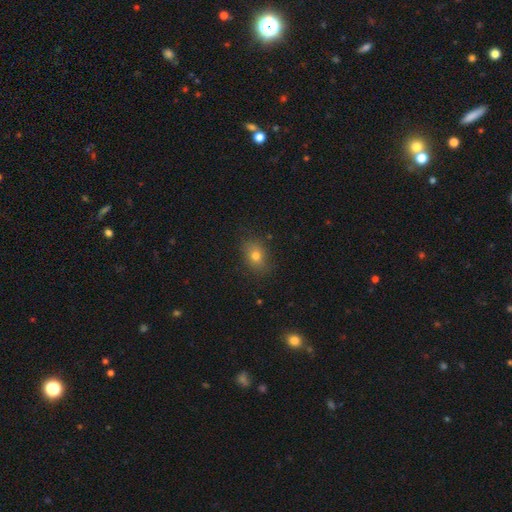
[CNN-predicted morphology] Overall: smooth (76%). How rounded: in between (67%; round 31%). Merging: none (82%).